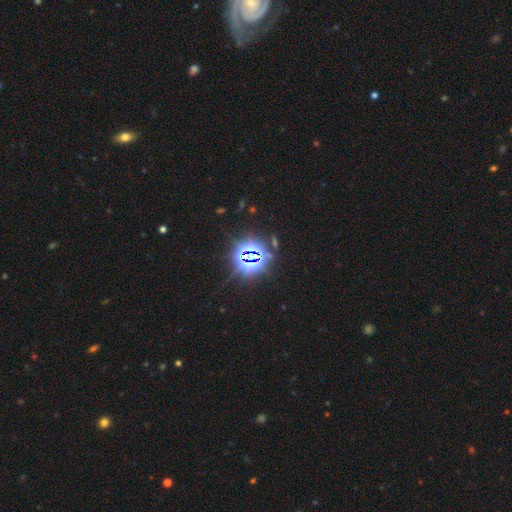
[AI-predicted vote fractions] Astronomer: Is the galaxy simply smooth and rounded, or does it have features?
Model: star or artifact — 82%.